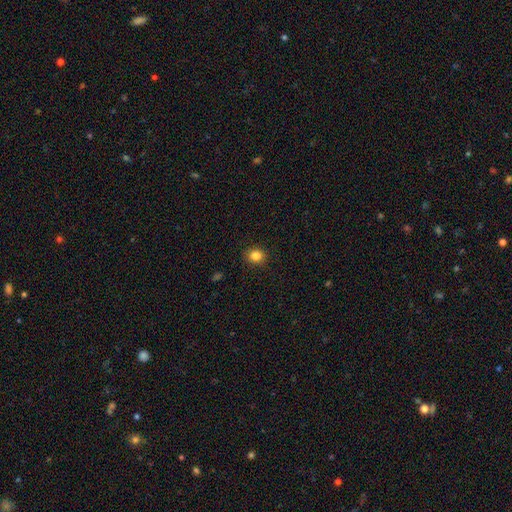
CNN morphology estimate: Smooth or featured? Predicted: smooth (p=0.84). How rounded? Predicted: round (p=0.76). Merging? Predicted: none (p=0.90).